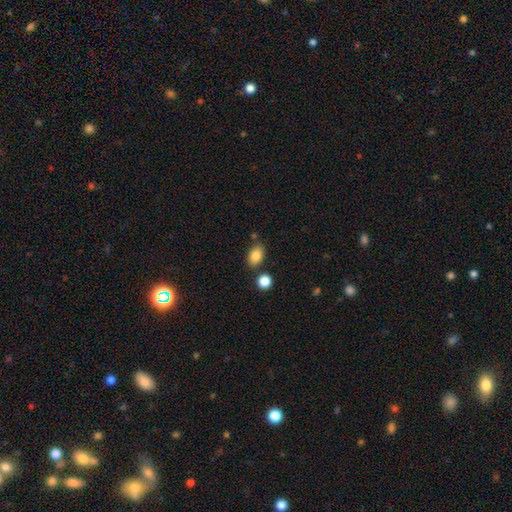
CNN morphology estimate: The model was most divided on "merging": none: 76%, minor disturbance: 12%, merger: 9%, major disturbance: 3%. More confident: smooth or featured — smooth (85%); how rounded — in between (84%).